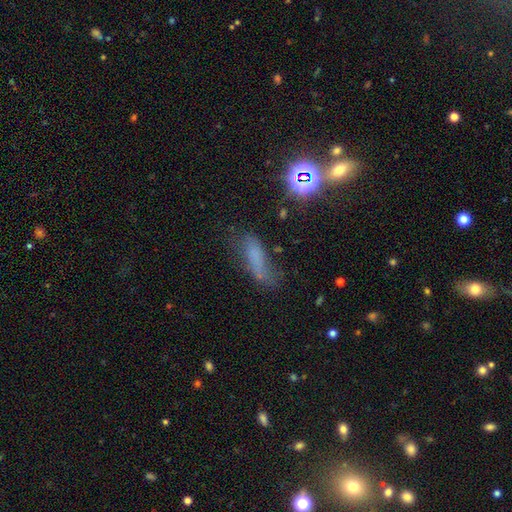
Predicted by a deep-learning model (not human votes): Smooth or featured?
  - smooth: 53% *
  - featured or disk: 24%
  - star or artifact: 23%
How rounded?
  - cigar-shaped: 51% *
  - in between: 45%
  - round: 5%
Merging?
  - none: 44% *
  - minor disturbance: 30%
  - major disturbance: 21%
  - merger: 5%